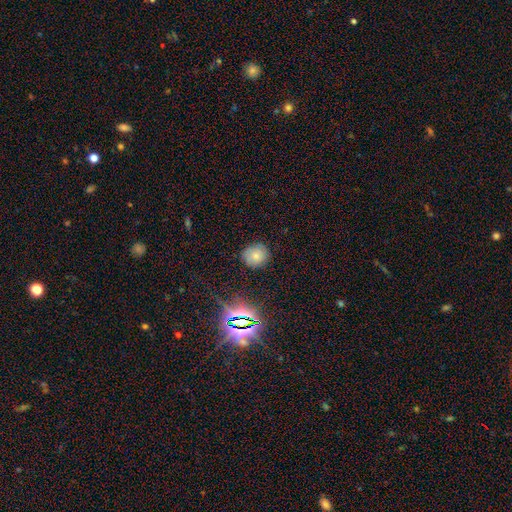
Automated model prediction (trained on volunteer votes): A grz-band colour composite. It shows a smooth galaxy with no disk features (73%) that is round (82%). Merging: none (84%).